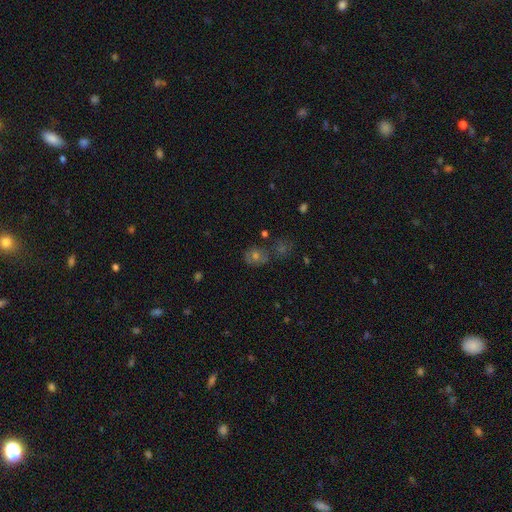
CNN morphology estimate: smooth-or-featured: smooth: 46% | star or artifact: 28% | featured or disk: 26%
  merging: none: 62% | minor disturbance: 16% | merger: 14% | major disturbance: 8%